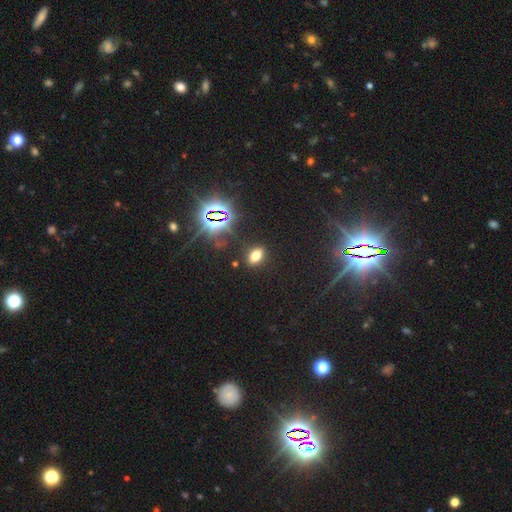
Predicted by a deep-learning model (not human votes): Morphology: type=smooth (62%); roundness=in between (83%); merging=none (87%).